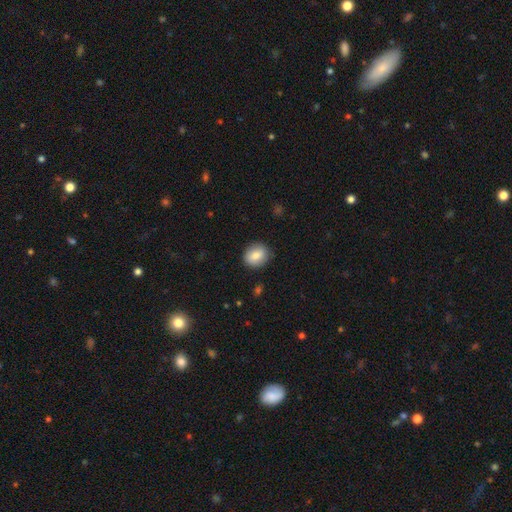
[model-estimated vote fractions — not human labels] A smooth galaxy with no disk features (82%) that is round (67%).

Vote fractions:
- Smooth or featured? smooth: 82% / featured or disk: 11% / star or artifact: 8%
- How rounded? round: 67% / in between: 32% / cigar-shaped: 1%
- Merging? none: 87% / minor disturbance: 9% / major disturbance: 2% / merger: 1%